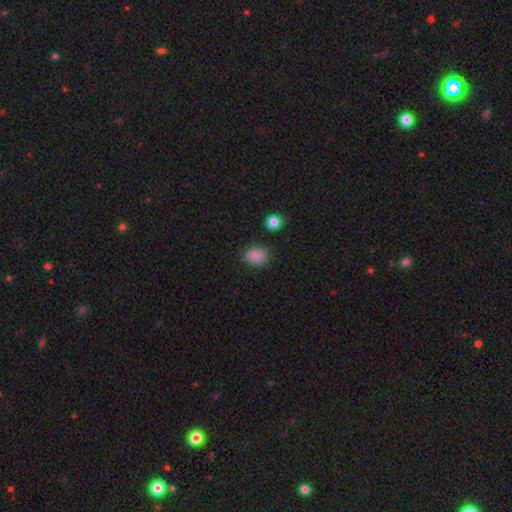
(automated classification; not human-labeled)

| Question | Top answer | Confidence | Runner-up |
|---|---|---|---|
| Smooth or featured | smooth | 85% | star or artifact (11%) |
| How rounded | in between | 56% | round (43%) |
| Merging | none | 77% | minor disturbance (16%) |